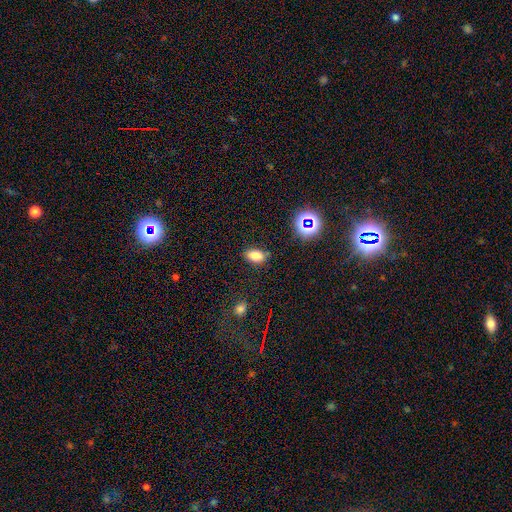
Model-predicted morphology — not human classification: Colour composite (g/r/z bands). It shows a smooth galaxy with no disk features (78%) that is in between round and cigar-shaped (88%). Merging: none (81%).